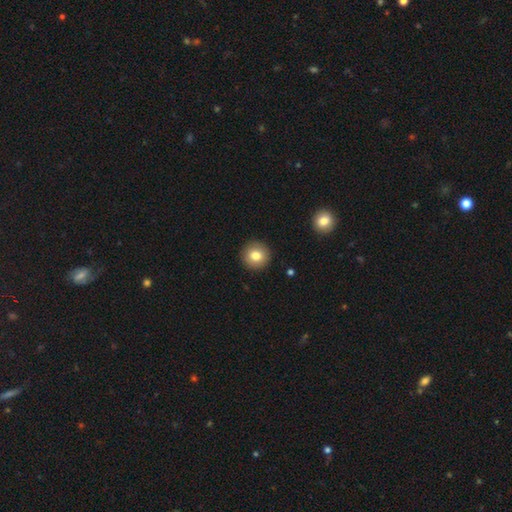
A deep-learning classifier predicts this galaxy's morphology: smooth_or_featured: smooth (p=0.80) [alt: featured or disk p=0.11]
how_rounded: round (p=0.94) [alt: in between p=0.05]
merging: none (p=0.92) [alt: minor disturbance p=0.05]